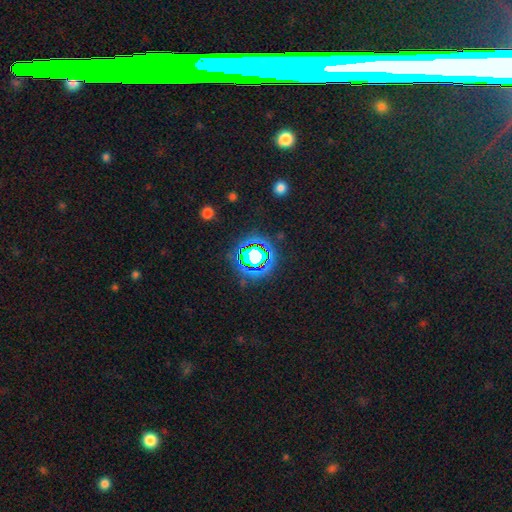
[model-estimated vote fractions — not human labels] A star or artifact, not a galaxy (77%).

Vote fractions:
- Smooth or featured? star or artifact: 77% / smooth: 16% / featured or disk: 7%